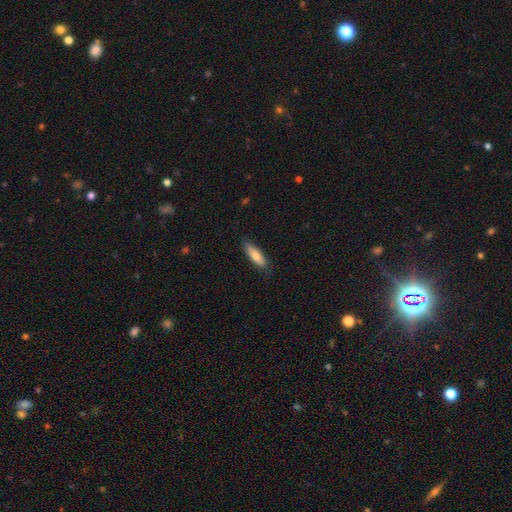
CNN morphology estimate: A smooth galaxy with no disk features (77%) that is cigar-shaped (56%). Merging: none (82%).